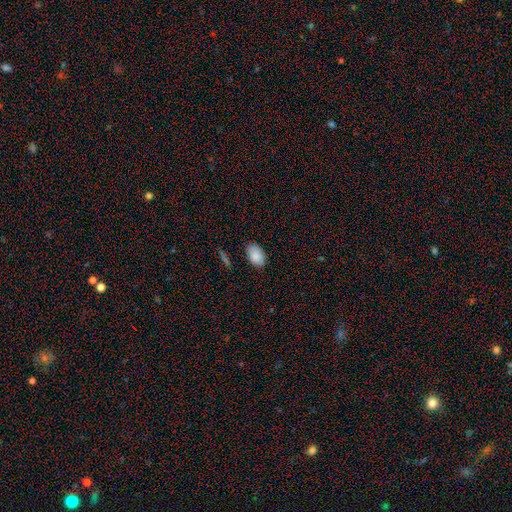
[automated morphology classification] A smooth galaxy with no disk features (88%) that is in between round and cigar-shaped (89%). Merging: none (82%).